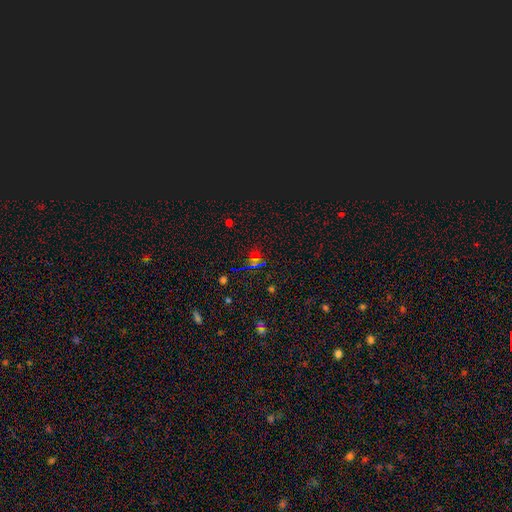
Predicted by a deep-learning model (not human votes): A star or artifact, not a galaxy (67%).